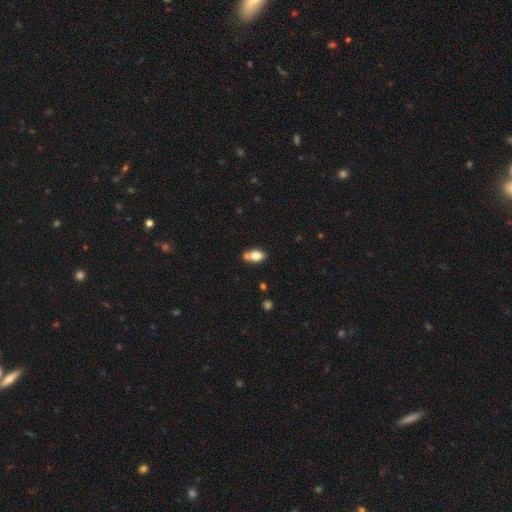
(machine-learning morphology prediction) Smooth or featured?
  - smooth: 78% *
  - featured or disk: 13%
  - star or artifact: 9%
How rounded?
  - in between: 84% *
  - round: 13%
  - cigar-shaped: 3%
Merging?
  - none: 55% *
  - merger: 24%
  - minor disturbance: 16%
  - major disturbance: 4%